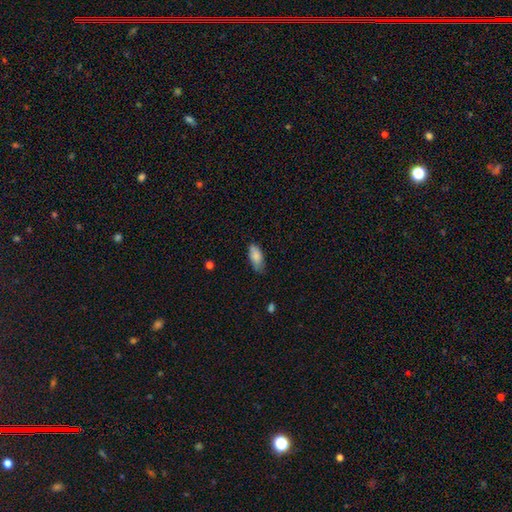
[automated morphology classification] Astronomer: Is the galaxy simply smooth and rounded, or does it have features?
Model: smooth — 84%.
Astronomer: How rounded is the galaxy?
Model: in between — 86%.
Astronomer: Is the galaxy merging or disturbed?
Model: none — 66%.